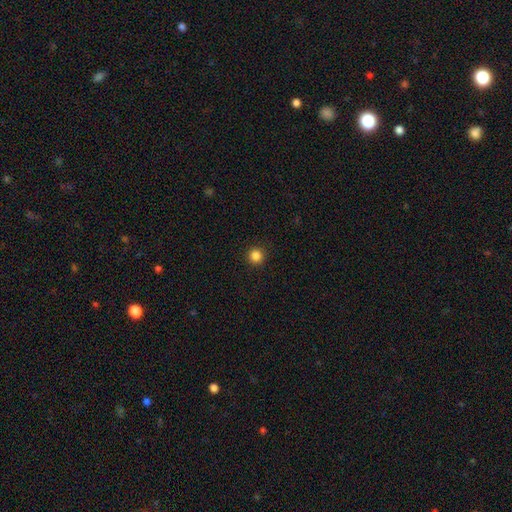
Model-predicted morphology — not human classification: This is clearly a smooth galaxy (85%). How rounded: clearly round (95%). Merging: clearly none (93%).